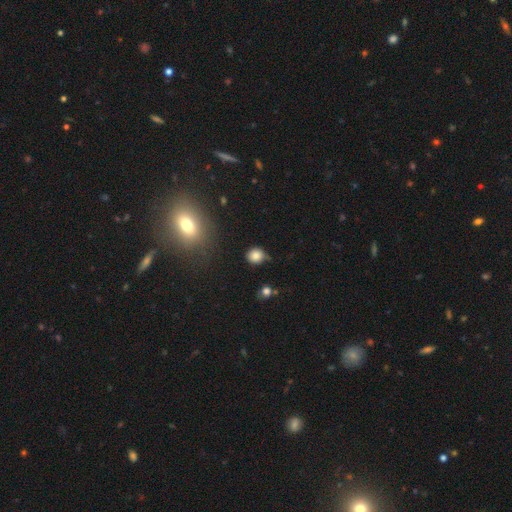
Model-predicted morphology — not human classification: Smooth or featured: smooth — 81% (star or artifact — 12%)
How rounded: round — 85% (in between — 14%)
Merging: none — 66% (minor disturbance — 24%)